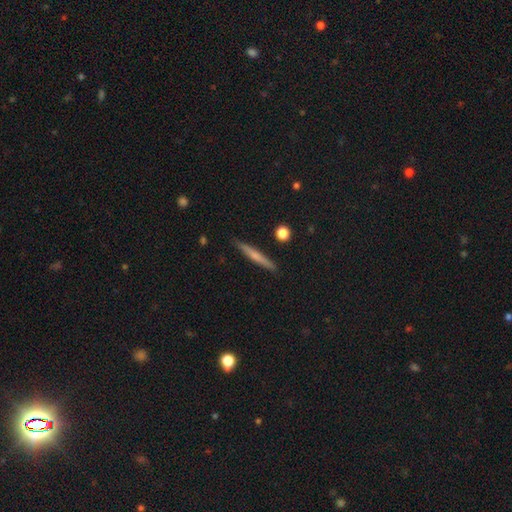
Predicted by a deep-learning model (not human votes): The model was most divided on "smooth or featured": smooth: 52%, featured or disk: 41%, star or artifact: 6%. More confident: how rounded — cigar-shaped (95%); merging — none (90%).